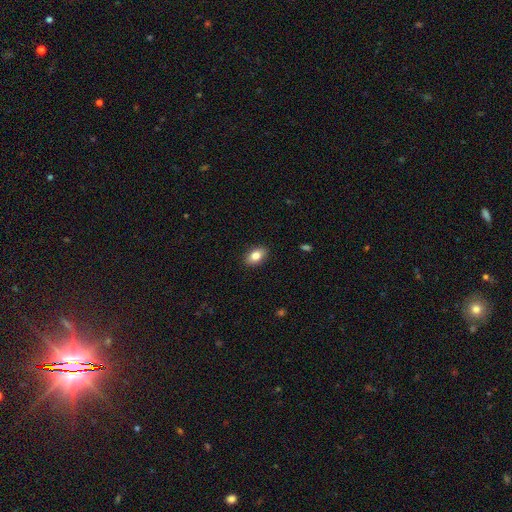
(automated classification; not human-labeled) Smooth or featured?
  - smooth: 83% *
  - featured or disk: 9%
  - star or artifact: 7%
How rounded?
  - in between: 90% *
  - round: 8%
  - cigar-shaped: 2%
Merging?
  - none: 89% *
  - minor disturbance: 8%
  - major disturbance: 2%
  - merger: 1%